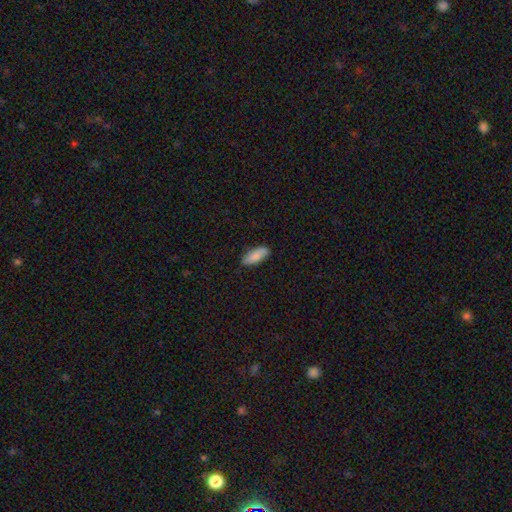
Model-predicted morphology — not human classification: Smooth or featured?
  - smooth: 87% *
  - featured or disk: 8%
  - star or artifact: 6%
How rounded?
  - in between: 77% *
  - cigar-shaped: 21%
  - round: 2%
Merging?
  - none: 86% *
  - minor disturbance: 11%
  - major disturbance: 2%
  - merger: 1%